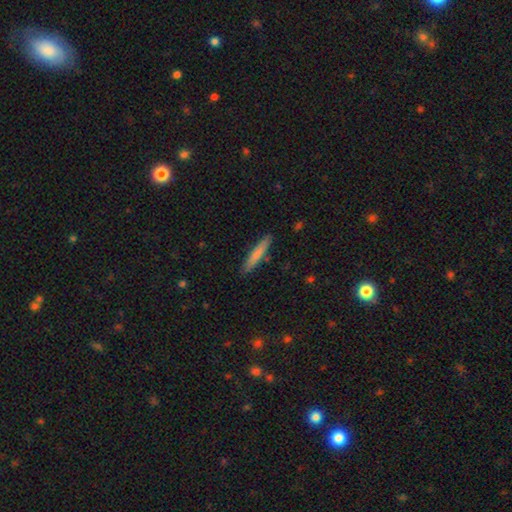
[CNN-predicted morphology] This appears to be a smooth galaxy with no disk features (75%) that is cigar-shaped (94%). Merging: none (89%).